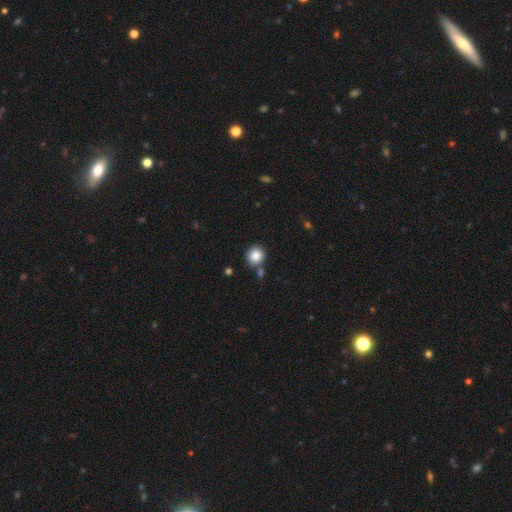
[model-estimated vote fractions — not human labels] The model was most divided on "merging": none: 75%, merger: 13%, minor disturbance: 9%, major disturbance: 3%. More confident: how rounded — round (89%); smooth or featured — smooth (86%).